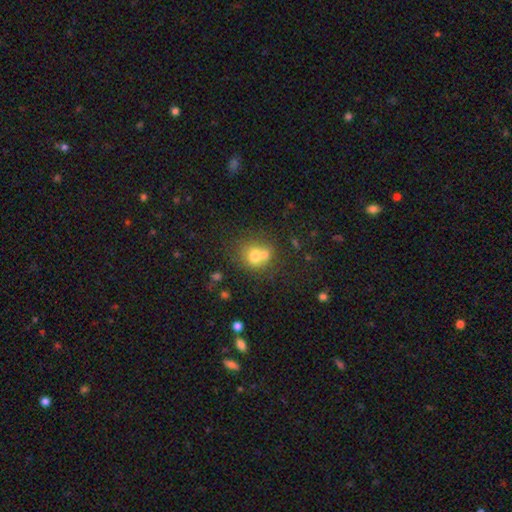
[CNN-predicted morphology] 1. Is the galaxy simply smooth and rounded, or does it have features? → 69% smooth, 18% featured or disk, 13% star or artifact.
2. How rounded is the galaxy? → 77% round, 22% in between, 1% cigar-shaped.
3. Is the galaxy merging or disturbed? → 45% merger, 41% none, 10% minor disturbance, 4% major disturbance.